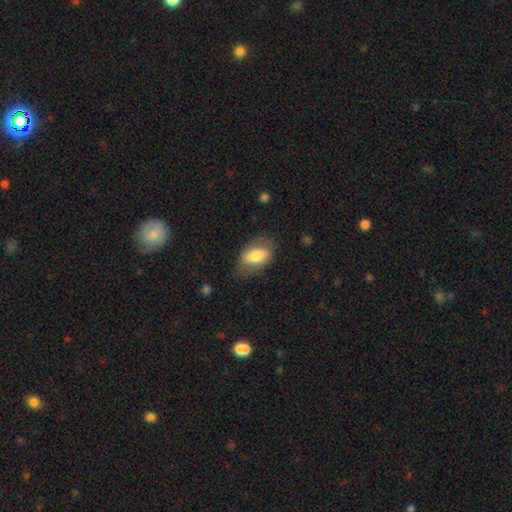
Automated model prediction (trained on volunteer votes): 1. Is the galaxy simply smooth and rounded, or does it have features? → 75% smooth, 18% featured or disk, 6% star or artifact.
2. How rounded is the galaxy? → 90% in between, 8% round, 3% cigar-shaped.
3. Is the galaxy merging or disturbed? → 67% none, 23% minor disturbance, 9% major disturbance, 1% merger.